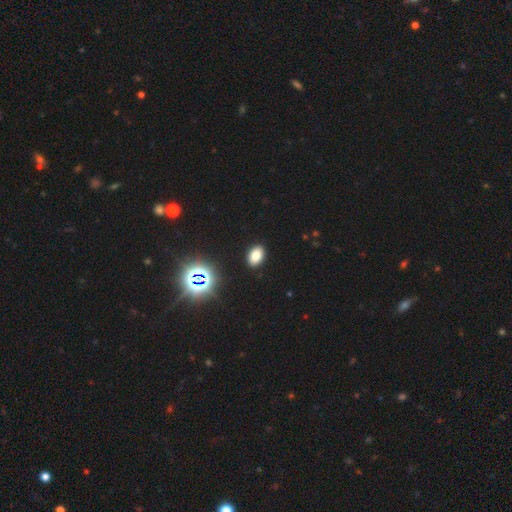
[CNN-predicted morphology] Smooth or featured: smooth — 75% (star or artifact — 18%)
How rounded: in between — 89% (round — 9%)
Merging: none — 90% (minor disturbance — 7%)